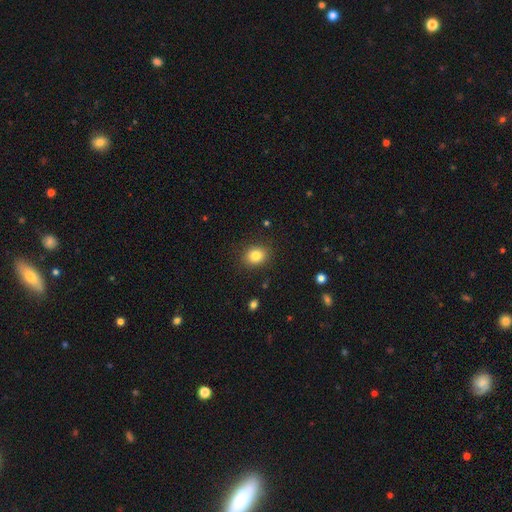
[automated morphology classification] Smooth or featured?
  - smooth: 82% *
  - star or artifact: 11%
  - featured or disk: 7%
How rounded?
  - round: 64% *
  - in between: 35%
  - cigar-shaped: 1%
Merging?
  - none: 88% *
  - minor disturbance: 8%
  - major disturbance: 3%
  - merger: 1%